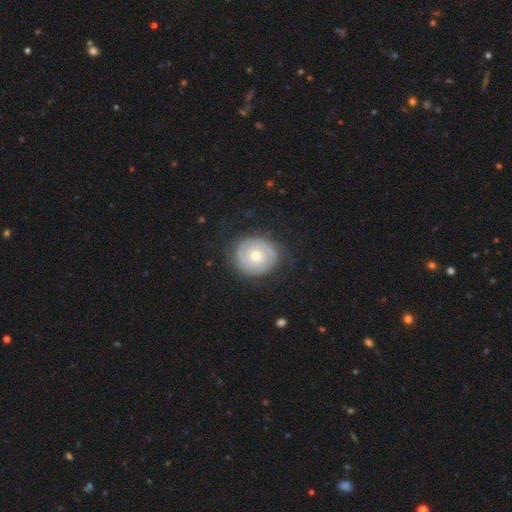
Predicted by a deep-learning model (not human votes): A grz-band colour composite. It shows a featured or disk galaxy (77%) with no bar (80%), 2 (63%) tight (76%) spiral arms (89%) and a moderate central bulge (70%). Merging: none (82%).